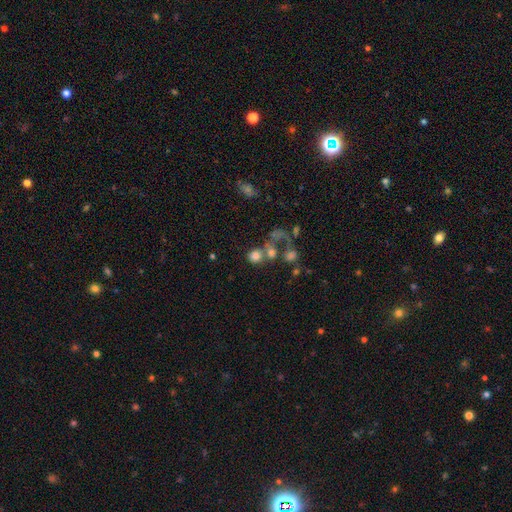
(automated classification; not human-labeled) Smooth or featured? smooth (72%)
How rounded? round (80%)
Merging? merger (41%)